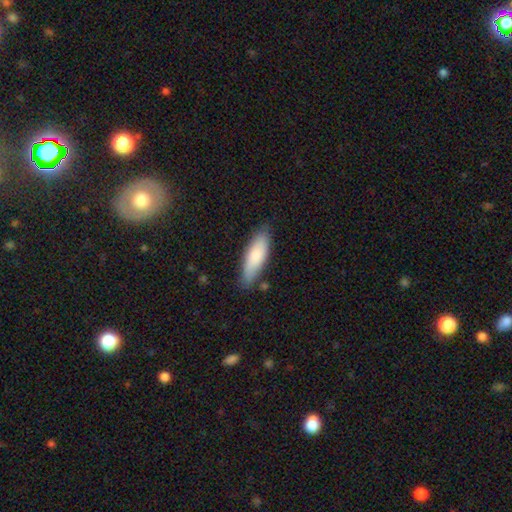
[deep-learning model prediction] smooth_or_featured: smooth (p=0.80) [alt: featured or disk p=0.14]
how_rounded: in between (p=0.57) [alt: cigar-shaped p=0.42]
merging: none (p=0.78) [alt: minor disturbance p=0.17]